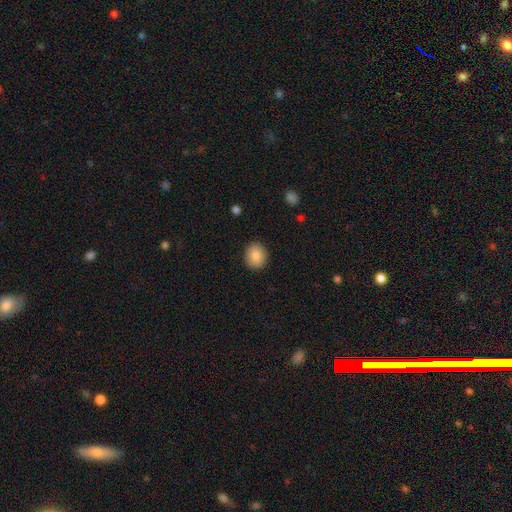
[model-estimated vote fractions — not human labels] The model was most divided on "how rounded": round: 74%, in between: 25%, cigar-shaped: 1%. More confident: merging — none (90%); smooth or featured — smooth (85%).